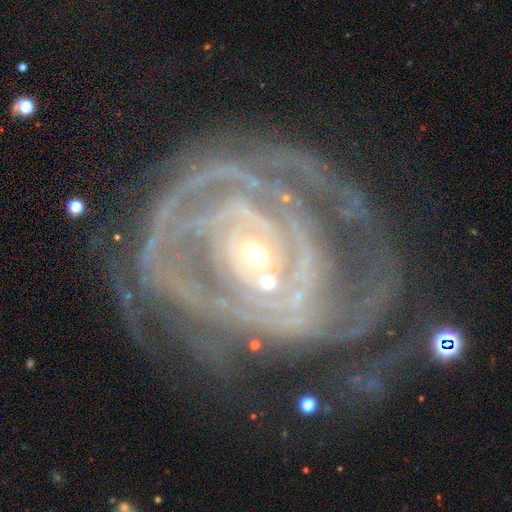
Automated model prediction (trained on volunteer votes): This is clearly a featured or disk galaxy (88%). It is clearly not viewed edge-on (97%). Bar: possibly no (55%). Spiral arm pattern: clearly yes (90%). Spiral arm count: marginally can't tell (38%). Spiral winding: likely tight (72%). Central bulge: likely small (78%). Merging: possibly none (45%).